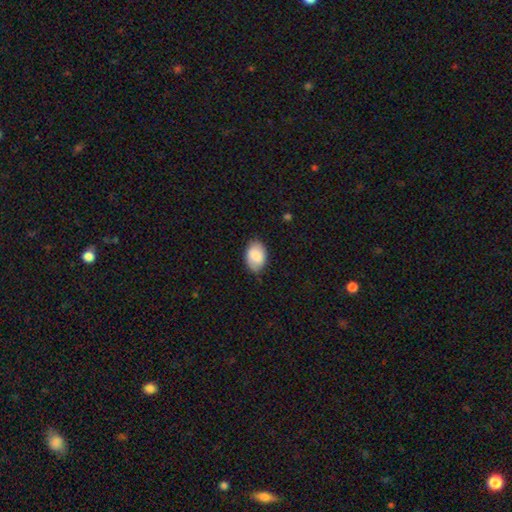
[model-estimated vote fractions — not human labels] Smooth or featured? smooth (81%)
How rounded? in between (87%)
Merging? none (78%)